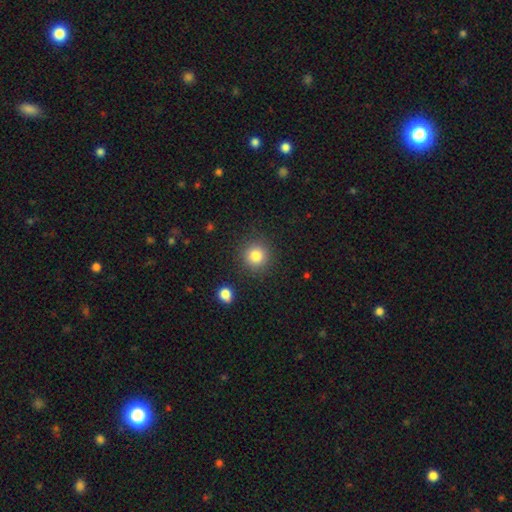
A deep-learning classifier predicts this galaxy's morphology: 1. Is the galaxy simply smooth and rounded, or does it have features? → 82% smooth, 11% star or artifact, 6% featured or disk.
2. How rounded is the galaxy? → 93% round, 6% in between, 1% cigar-shaped.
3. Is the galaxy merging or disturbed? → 89% none, 6% minor disturbance, 3% major disturbance, 2% merger.